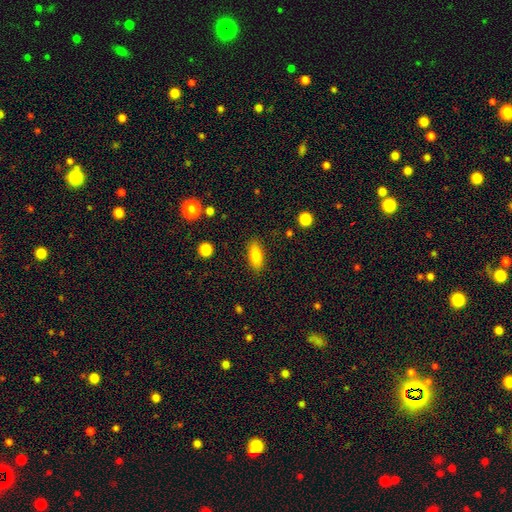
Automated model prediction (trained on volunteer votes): smooth-or-featured: smooth: 78% | featured or disk: 14% | star or artifact: 8%
  how-rounded: in between: 79% | cigar-shaped: 18% | round: 4%
  merging: none: 86% | minor disturbance: 10% | major disturbance: 3% | merger: 1%